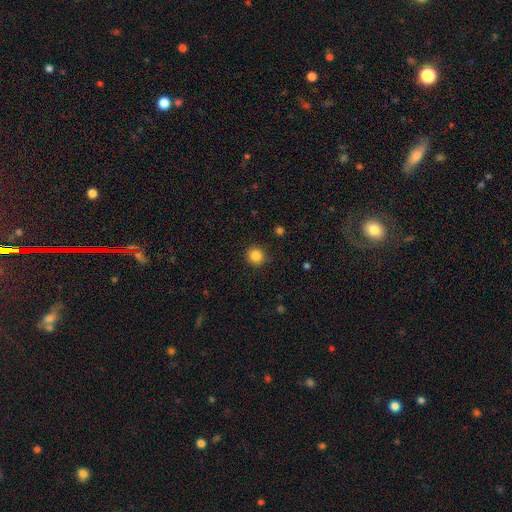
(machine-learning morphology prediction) smooth-or-featured: smooth: 85% | star or artifact: 11% | featured or disk: 4%
  how-rounded: round: 93% | in between: 6% | cigar-shaped: 1%
  merging: none: 89% | minor disturbance: 7% | major disturbance: 2% | merger: 1%